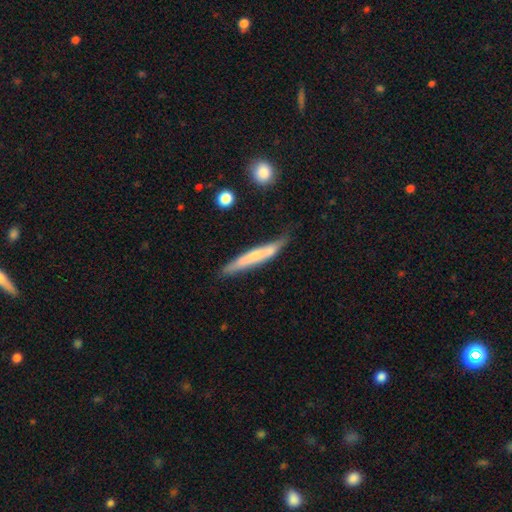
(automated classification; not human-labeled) smooth 55%, featured or disk 40%, star or artifact 6%. Down the decision tree: how rounded — cigar-shaped (94%); merging — none (63%).